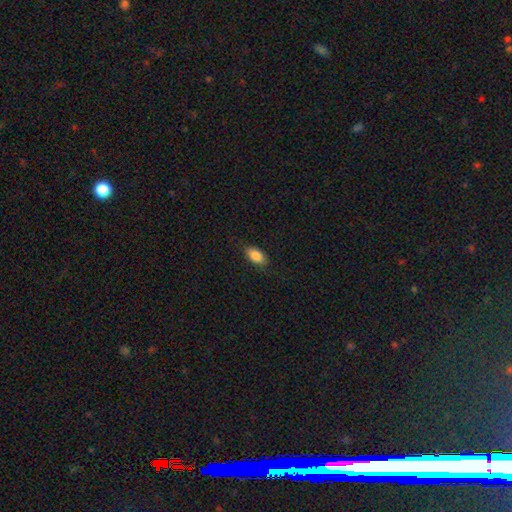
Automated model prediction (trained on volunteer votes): This is clearly a smooth galaxy (85%). How rounded: clearly in between (91%). Merging: clearly none (84%).